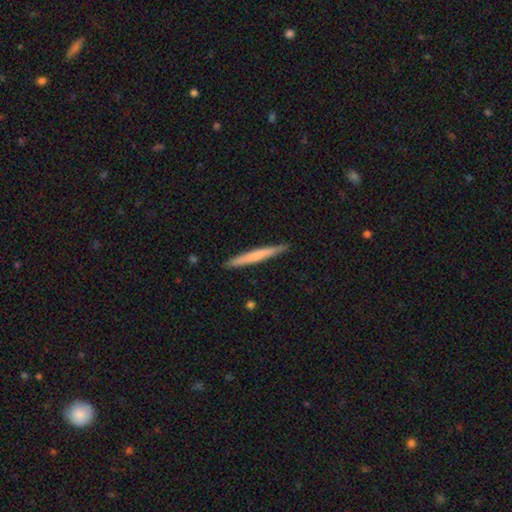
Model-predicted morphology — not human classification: A smooth galaxy with no disk features (62%) that is cigar-shaped (97%).

Vote fractions:
- Smooth or featured? smooth: 62% / featured or disk: 33% / star or artifact: 5%
- How rounded? cigar-shaped: 97% / in between: 2% / round: 1%
- Merging? none: 90% / minor disturbance: 7% / major disturbance: 1% / merger: 1%